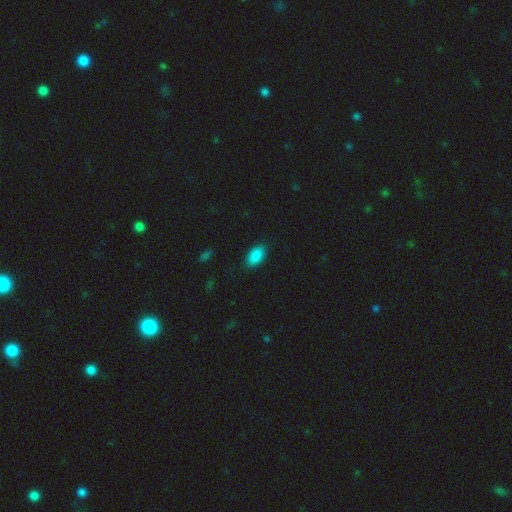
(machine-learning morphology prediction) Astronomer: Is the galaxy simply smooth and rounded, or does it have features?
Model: smooth — 88%.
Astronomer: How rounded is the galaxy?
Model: in between — 93%.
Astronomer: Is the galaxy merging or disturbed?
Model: none — 87%.